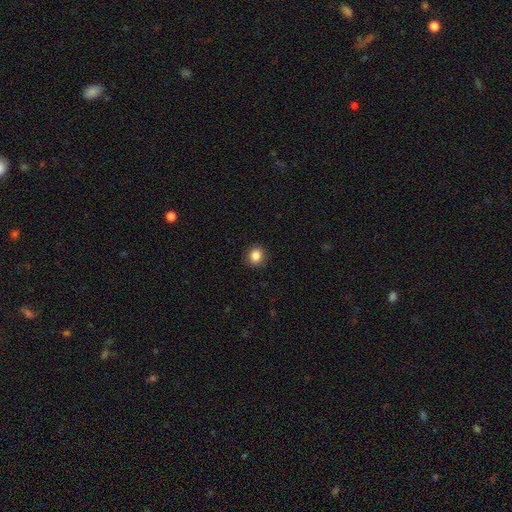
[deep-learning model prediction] This is clearly a smooth galaxy (86%). How rounded: clearly round (82%). Merging: clearly none (91%).